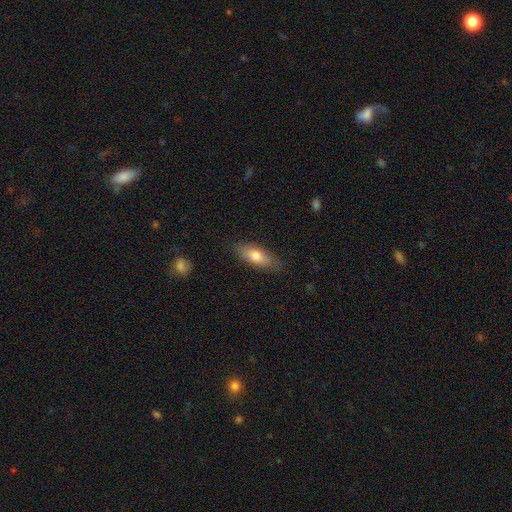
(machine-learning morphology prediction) smooth_or_featured: smooth (p=0.75) [alt: featured or disk p=0.19]
how_rounded: in between (p=0.69) [alt: cigar-shaped p=0.28]
merging: none (p=0.81) [alt: minor disturbance p=0.14]